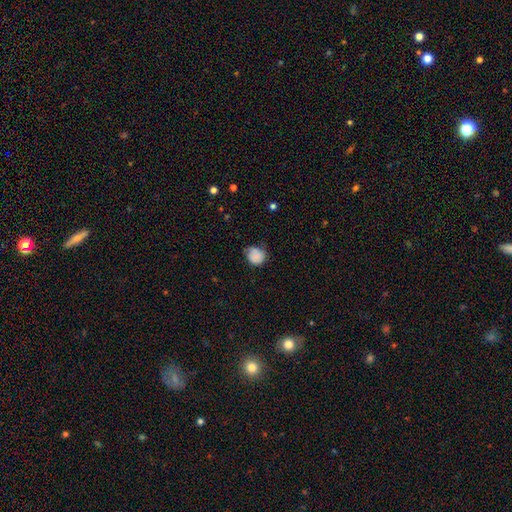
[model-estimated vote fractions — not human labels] Smooth or featured?
  - smooth: 84% *
  - star or artifact: 9%
  - featured or disk: 8%
How rounded?
  - round: 76% *
  - in between: 23%
  - cigar-shaped: 1%
Merging?
  - none: 59% *
  - minor disturbance: 32%
  - major disturbance: 7%
  - merger: 2%